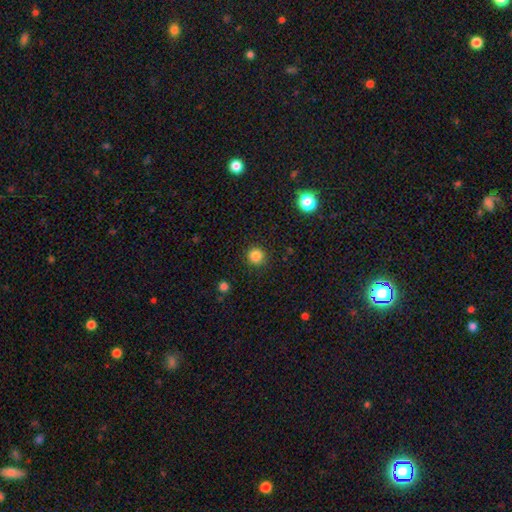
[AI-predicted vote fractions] Smooth or featured? smooth (85%)
How rounded? round (94%)
Merging? none (91%)